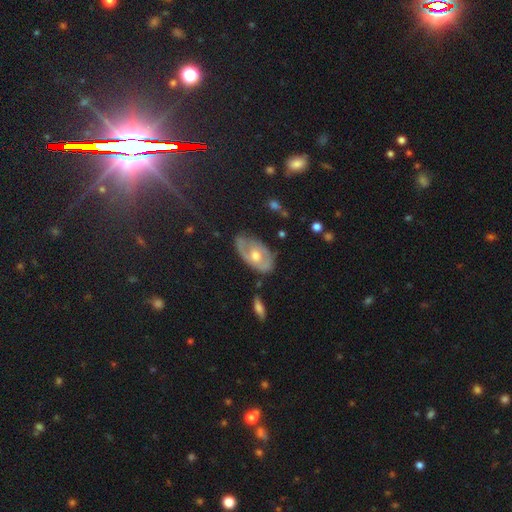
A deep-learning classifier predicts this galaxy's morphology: Smooth or featured? Predicted: featured or disk (p=0.61). Edge-on disk? Predicted: no (p=0.91). Bar? Predicted: no (p=0.69). Spiral arms? Predicted: yes (p=0.59). Bulge size? Predicted: moderate (p=0.71). Merging? Predicted: none (p=0.60).